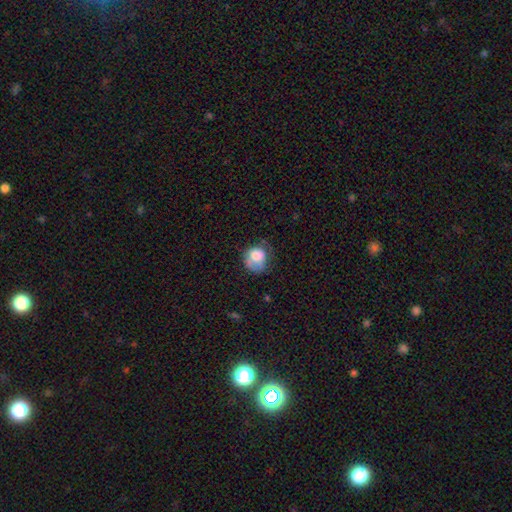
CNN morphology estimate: This is likely a smooth galaxy (74%). How rounded: likely round (69%). Merging: marginally none (39%).